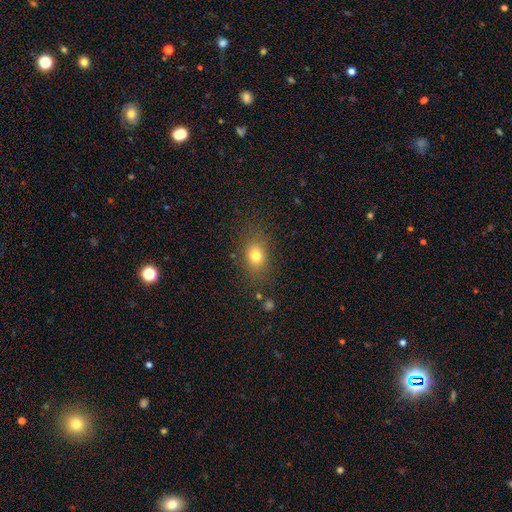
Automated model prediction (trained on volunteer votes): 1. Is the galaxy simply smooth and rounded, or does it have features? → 76% smooth, 13% star or artifact, 10% featured or disk.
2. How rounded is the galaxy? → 61% in between, 37% round, 2% cigar-shaped.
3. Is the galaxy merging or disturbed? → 79% none, 13% minor disturbance, 5% major disturbance, 2% merger.